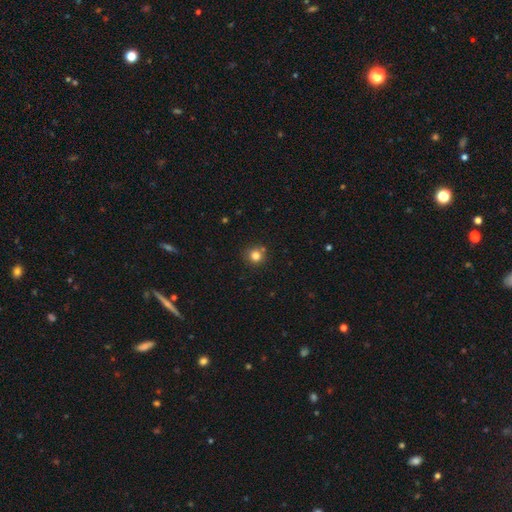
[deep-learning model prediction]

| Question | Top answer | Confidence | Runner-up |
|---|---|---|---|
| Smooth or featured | smooth | 82% | star or artifact (12%) |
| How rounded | round | 92% | in between (7%) |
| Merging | none | 80% | minor disturbance (10%) |